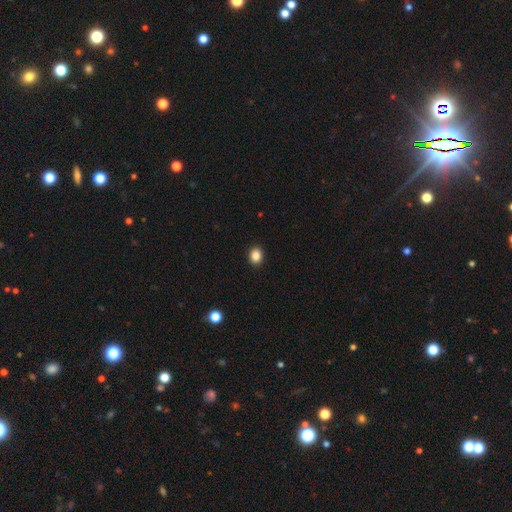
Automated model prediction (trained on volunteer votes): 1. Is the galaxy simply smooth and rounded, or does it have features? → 87% smooth, 10% star or artifact, 3% featured or disk.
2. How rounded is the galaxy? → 58% round, 41% in between, 1% cigar-shaped.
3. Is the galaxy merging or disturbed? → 92% none, 6% minor disturbance, 2% major disturbance, 1% merger.